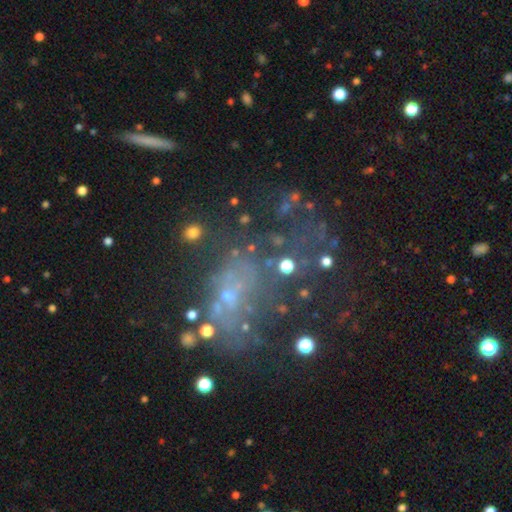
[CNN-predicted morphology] This is marginally a featured or disk galaxy (40%). Merging: marginally none (39%).